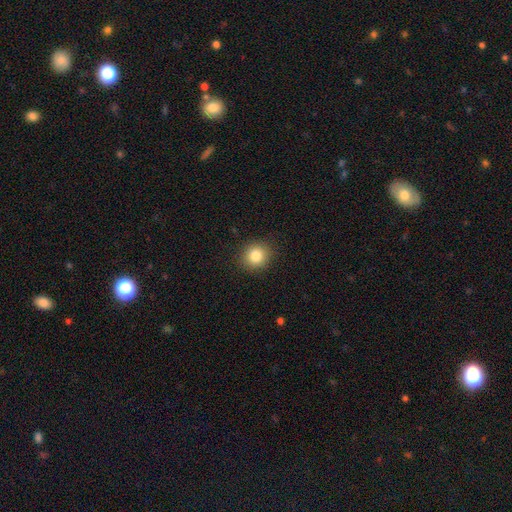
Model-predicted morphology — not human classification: The model was most divided on "how rounded": round: 83%, in between: 16%, cigar-shaped: 1%. More confident: merging — none (90%); smooth or featured — smooth (83%).